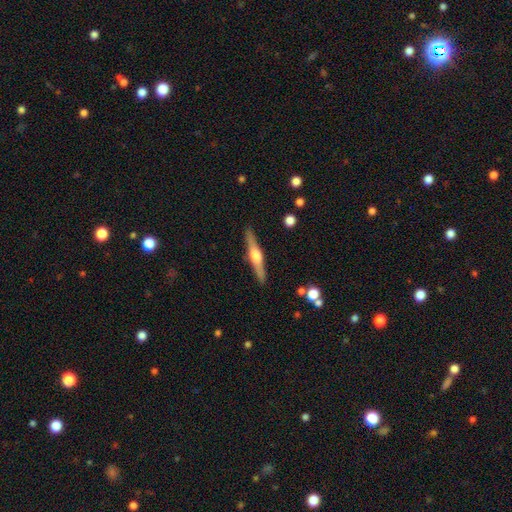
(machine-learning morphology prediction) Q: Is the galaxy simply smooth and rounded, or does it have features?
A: featured or disk — 71%.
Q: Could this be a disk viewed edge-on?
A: yes — 98%.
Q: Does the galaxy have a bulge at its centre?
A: rounded — 89%.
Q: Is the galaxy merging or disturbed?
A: none — 90%.